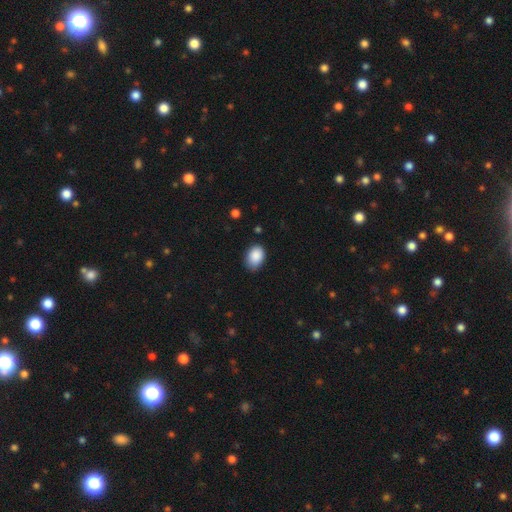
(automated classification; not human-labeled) This is clearly a smooth galaxy (89%). How rounded: clearly in between (83%). Merging: likely none (76%).